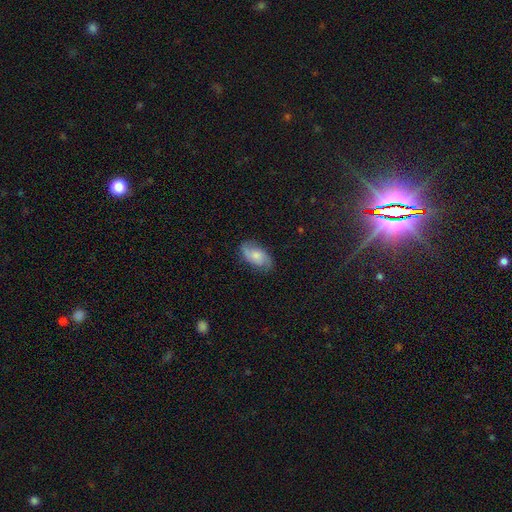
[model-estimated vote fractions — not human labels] The model was most divided on "bulge size": moderate: 39%, small: 34%, none: 13%, large: 12%, dominant: 2%. More confident: edge-on disk — no (95%); spiral arms — yes (91%); merging — none (77%); bar — no (65%); smooth or featured — featured or disk (53%).